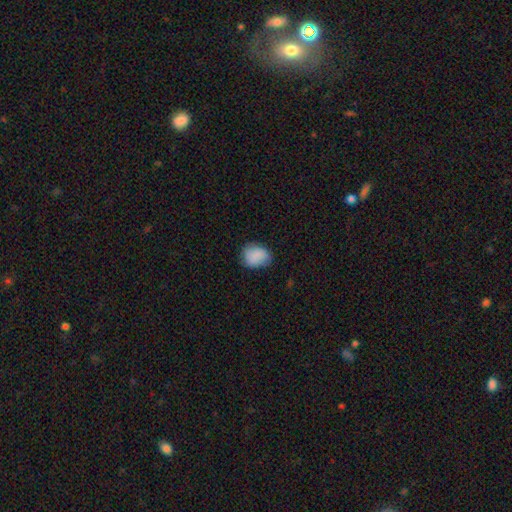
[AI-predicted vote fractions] smooth_or_featured: smooth (p=0.85) [alt: star or artifact p=0.08]
how_rounded: in between (p=0.57) [alt: round p=0.42]
merging: none (p=0.70) [alt: minor disturbance p=0.24]